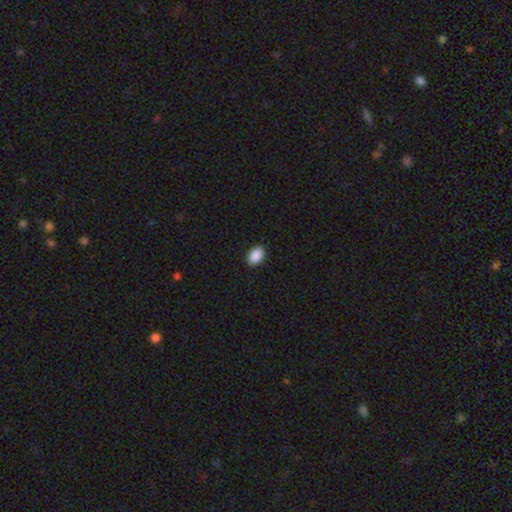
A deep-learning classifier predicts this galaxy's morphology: This appears to be a smooth galaxy with no disk features (90%) that is in between round and cigar-shaped (87%). Merging: none (90%).